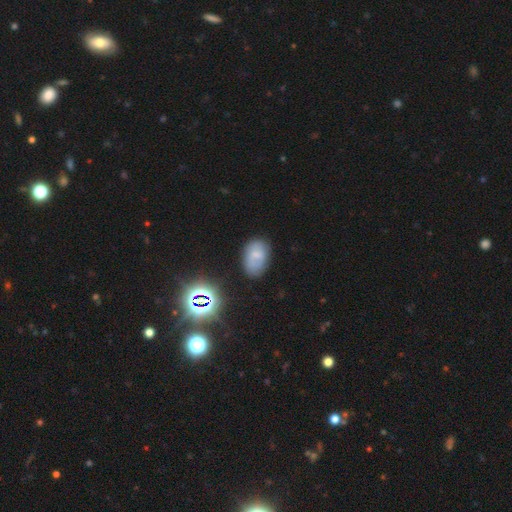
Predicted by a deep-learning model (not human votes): Morphology: type=smooth (61%); roundness=in between (86%); merging=none (66%).